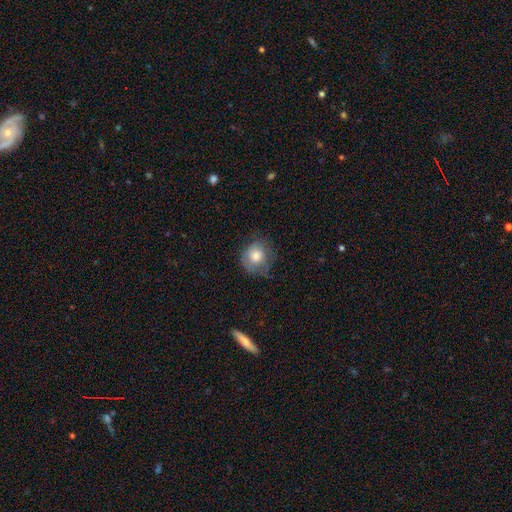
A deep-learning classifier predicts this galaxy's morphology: This appears to be a smooth galaxy with no disk features (74%) that is round (80%). Merging: none (57%).